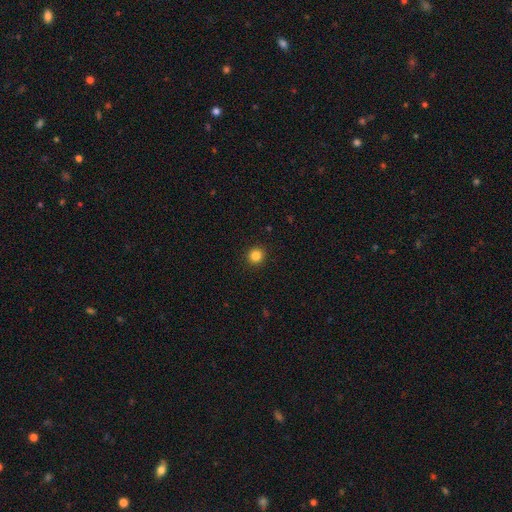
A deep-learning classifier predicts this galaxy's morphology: The model was most divided on "smooth or featured": smooth: 84%, star or artifact: 12%, featured or disk: 4%. More confident: how rounded — round (93%); merging — none (93%).